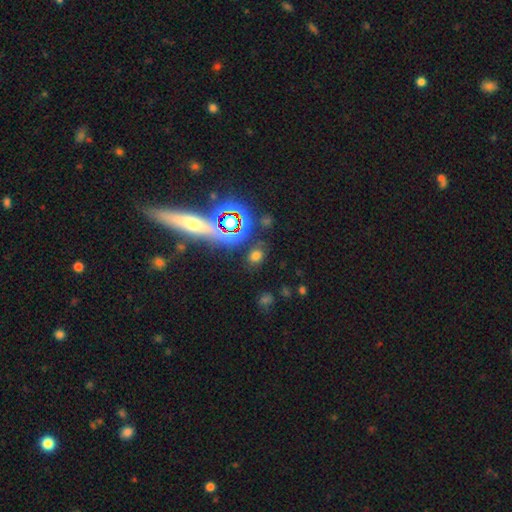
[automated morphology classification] type=smooth (62%); roundness=round (49%); merging=none (80%).